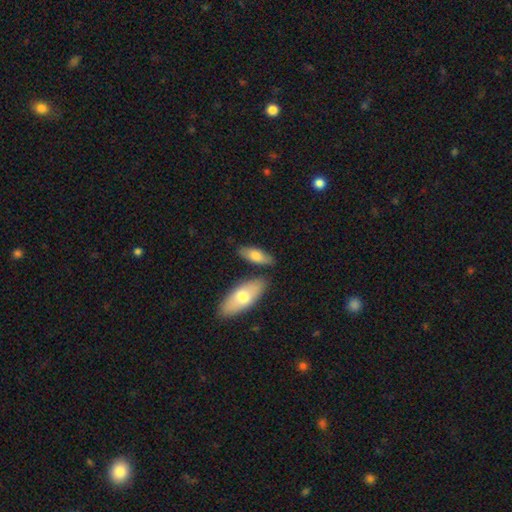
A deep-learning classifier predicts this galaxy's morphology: smooth 72%, featured or disk 22%, star or artifact 5%. Down the decision tree: how rounded — in between (74%); merging — none (71%).